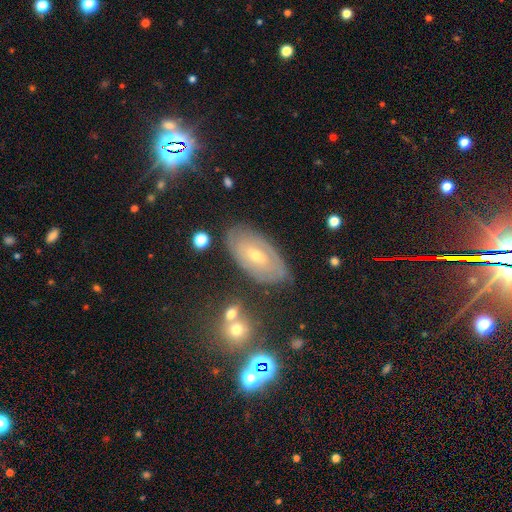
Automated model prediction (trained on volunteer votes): Smooth or featured?
  - featured or disk: 64% *
  - smooth: 24%
  - star or artifact: 12%
Edge-on disk?
  - no: 88% *
  - yes: 12%
Bar?
  - no: 49% *
  - weak: 40%
  - strong: 11%
Spiral arms?
  - yes: 69% *
  - no: 31%
Bulge size?
  - small: 59% *
  - moderate: 37%
  - large: 1%
  - none: 1%
  - dominant: 1%
Merging?
  - none: 78% *
  - minor disturbance: 15%
  - major disturbance: 4%
  - merger: 2%